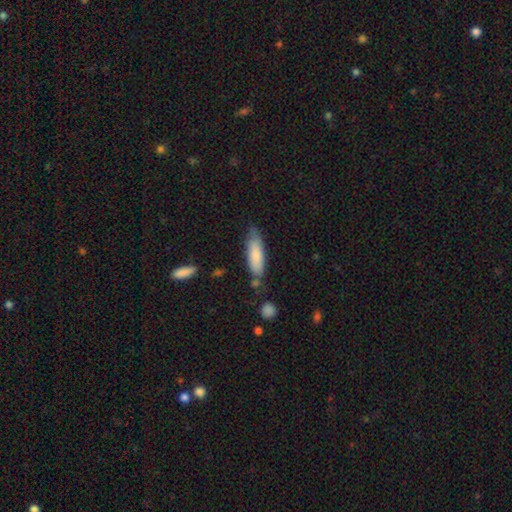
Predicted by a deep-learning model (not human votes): smooth-or-featured: smooth: 79% | featured or disk: 15% | star or artifact: 6%
  how-rounded: in between: 50% | cigar-shaped: 49% | round: 2%
  merging: none: 62% | minor disturbance: 26% | merger: 7% | major disturbance: 6%